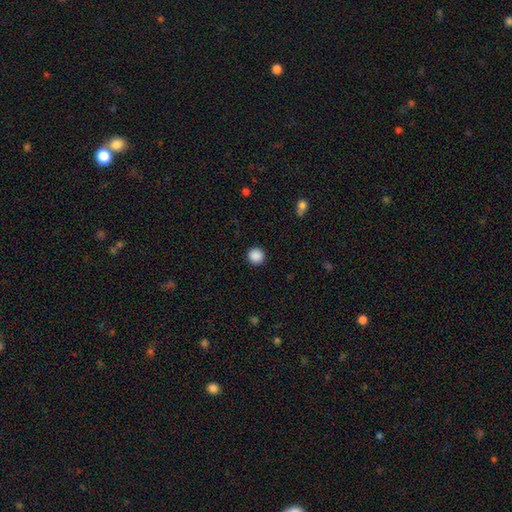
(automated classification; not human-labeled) A smooth galaxy with no disk features (89%) that is round (95%). Merging: none (93%).